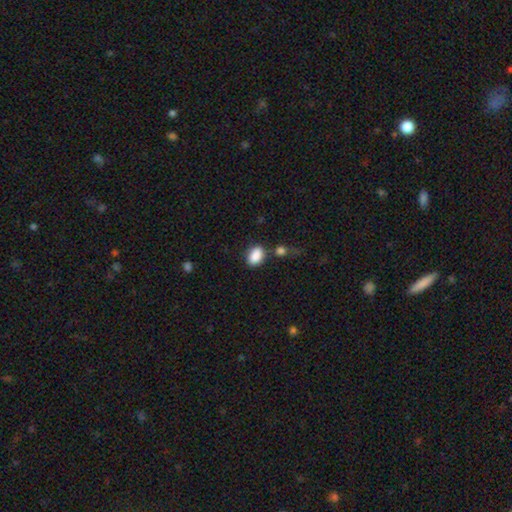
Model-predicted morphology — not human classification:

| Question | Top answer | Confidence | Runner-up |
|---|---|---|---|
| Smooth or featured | smooth | 88% | star or artifact (8%) |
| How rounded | in between | 82% | round (17%) |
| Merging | none | 68% | minor disturbance (15%) |